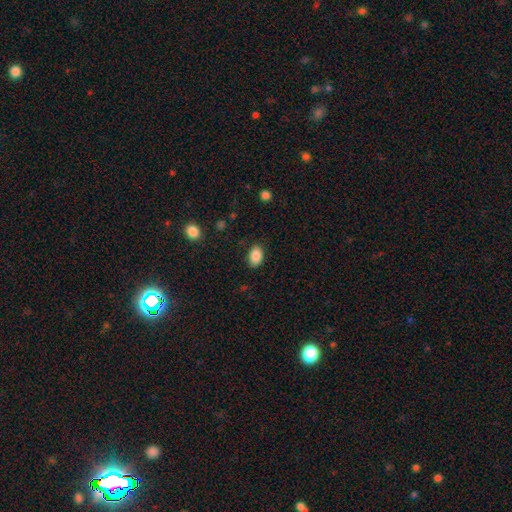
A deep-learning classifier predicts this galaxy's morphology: Smooth or featured? smooth (87%)
How rounded? in between (88%)
Merging? none (86%)